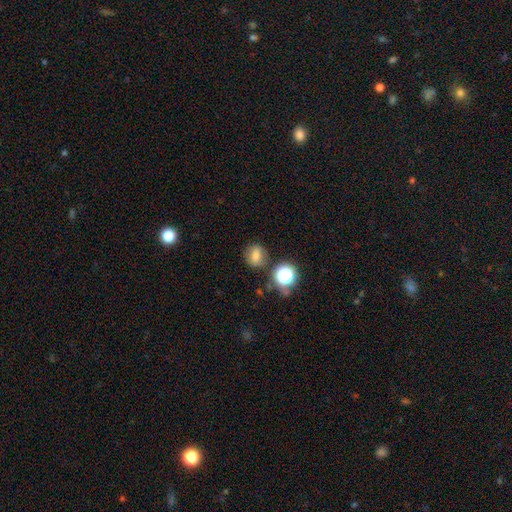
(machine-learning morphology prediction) Smooth or featured: smooth — 68% (star or artifact — 19%)
How rounded: round — 65% (in between — 33%)
Merging: none — 78% (minor disturbance — 12%)